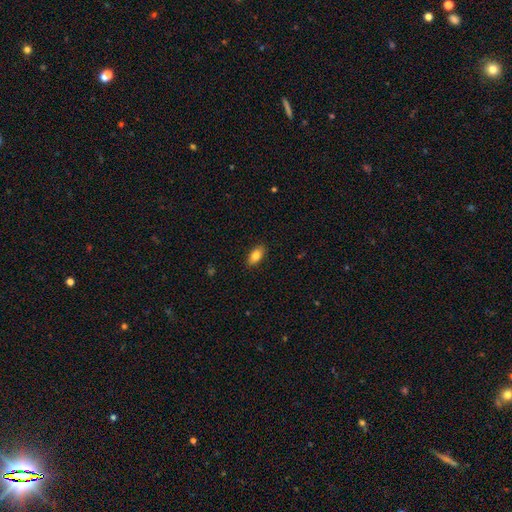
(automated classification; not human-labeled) Smooth or featured? smooth (82%)
How rounded? in between (91%)
Merging? none (89%)